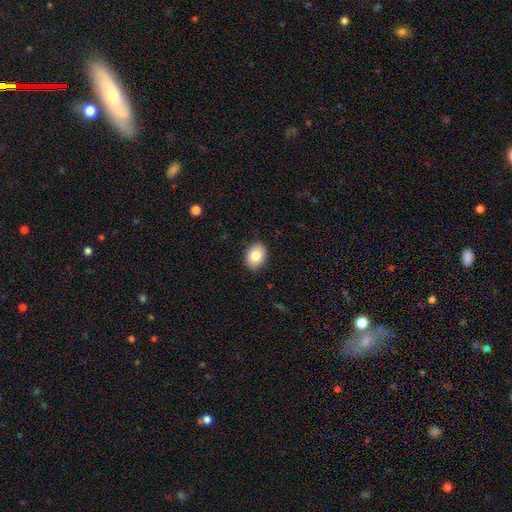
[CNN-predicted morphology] Smooth or featured?
  - smooth: 83% *
  - featured or disk: 9%
  - star or artifact: 8%
How rounded?
  - in between: 66% *
  - round: 33%
  - cigar-shaped: 1%
Merging?
  - none: 89% *
  - minor disturbance: 8%
  - major disturbance: 2%
  - merger: 1%